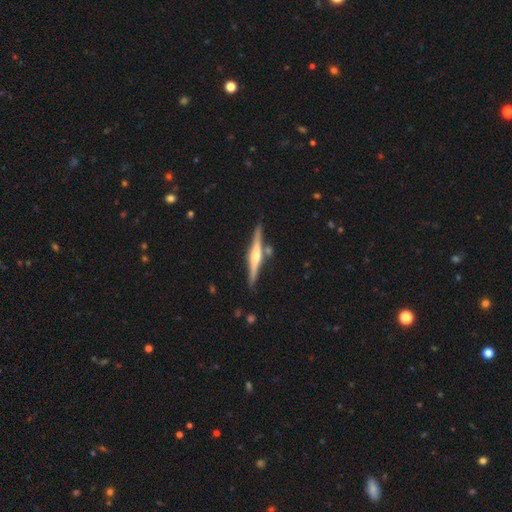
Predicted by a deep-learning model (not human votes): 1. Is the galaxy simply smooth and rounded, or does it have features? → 75% featured or disk, 19% smooth, 5% star or artifact.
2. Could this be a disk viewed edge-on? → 98% yes, 2% no.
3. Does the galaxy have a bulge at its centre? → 84% rounded, 9% boxy, 7% none.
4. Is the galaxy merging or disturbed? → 83% none, 9% minor disturbance, 7% merger, 2% major disturbance.